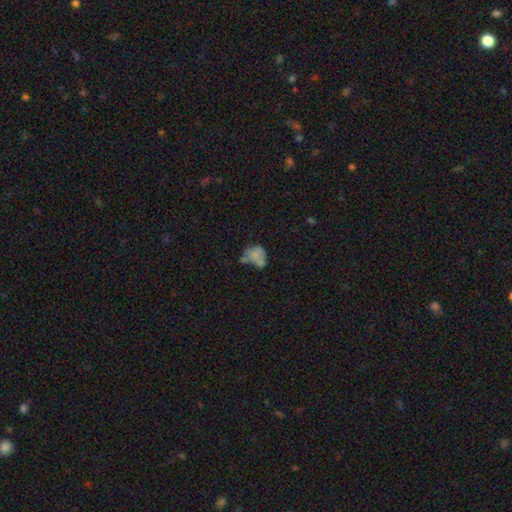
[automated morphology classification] Q: Smooth or featured?
A: smooth (58%); runner-up: featured or disk (30%)
Q: How rounded?
A: in between (57%); runner-up: round (42%)
Q: Merging?
A: none (29%); runner-up: major disturbance (25%)